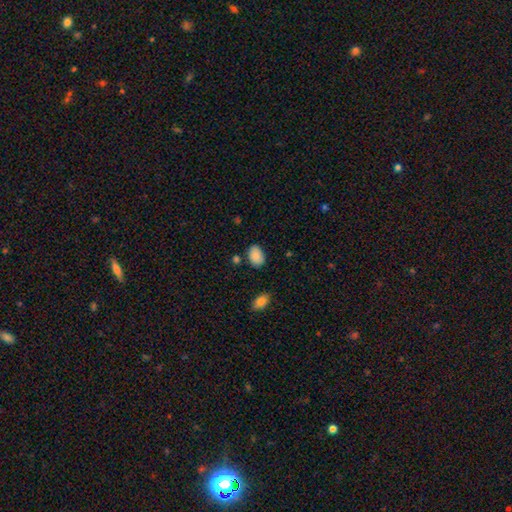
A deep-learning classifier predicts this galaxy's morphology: Smooth or featured?
  - smooth: 88% *
  - star or artifact: 8%
  - featured or disk: 5%
How rounded?
  - in between: 85% *
  - round: 14%
  - cigar-shaped: 1%
Merging?
  - none: 77% *
  - minor disturbance: 16%
  - merger: 4%
  - major disturbance: 3%